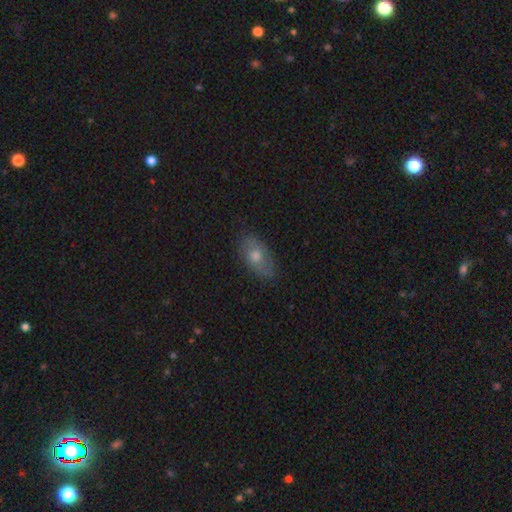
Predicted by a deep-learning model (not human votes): smooth 60%, featured or disk 30%, star or artifact 10%. Down the decision tree: how rounded — in between (88%); merging — none (80%).